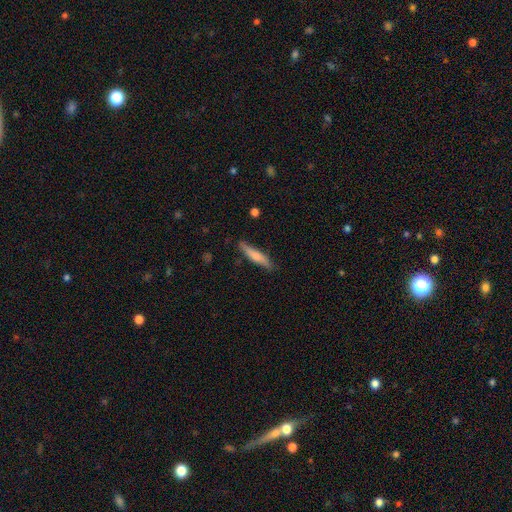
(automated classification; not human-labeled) Smooth or featured?
  - smooth: 65% *
  - featured or disk: 30%
  - star or artifact: 6%
How rounded?
  - cigar-shaped: 88% *
  - in between: 10%
  - round: 1%
Merging?
  - none: 83% *
  - minor disturbance: 13%
  - major disturbance: 2%
  - merger: 2%